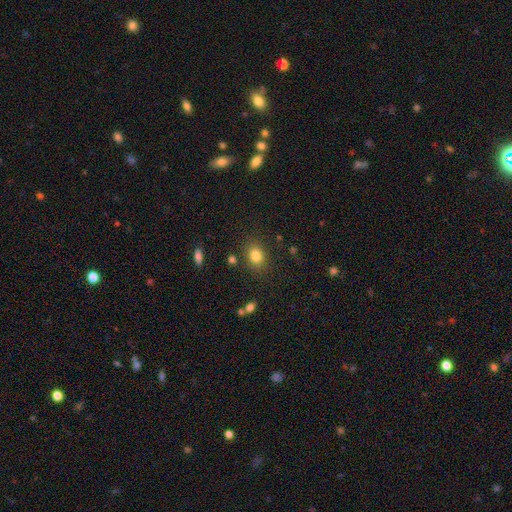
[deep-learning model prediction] Smooth or featured? Predicted: smooth (p=0.81). How rounded? Predicted: in between (p=0.61). Merging? Predicted: none (p=0.82).